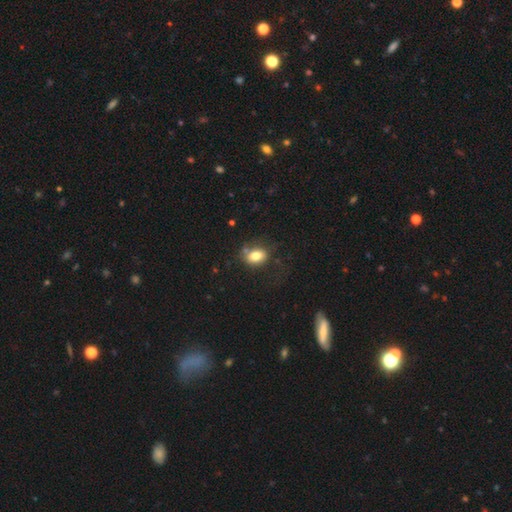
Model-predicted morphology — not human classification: Smooth or featured? smooth (80%)
How rounded? in between (70%)
Merging? none (64%)